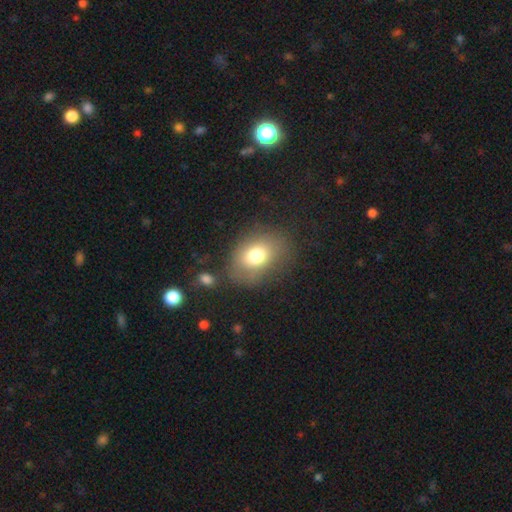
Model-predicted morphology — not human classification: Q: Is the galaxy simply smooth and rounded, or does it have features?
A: smooth — 74%.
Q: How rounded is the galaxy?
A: in between — 68%.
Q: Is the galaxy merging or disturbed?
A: none — 67%.